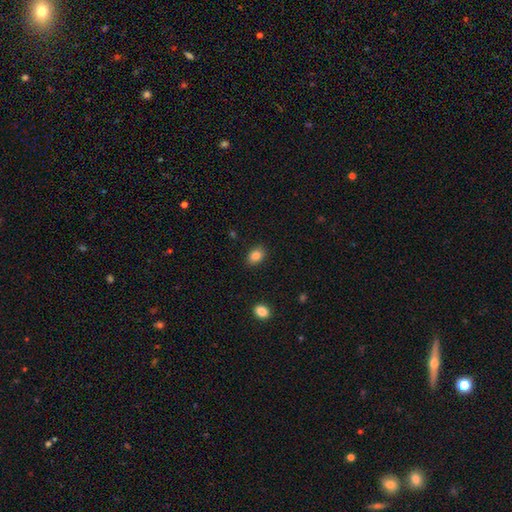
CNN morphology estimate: Smooth or featured?
  - smooth: 84% *
  - star or artifact: 9%
  - featured or disk: 6%
How rounded?
  - in between: 71% *
  - round: 28%
  - cigar-shaped: 1%
Merging?
  - none: 87% *
  - minor disturbance: 9%
  - major disturbance: 2%
  - merger: 1%